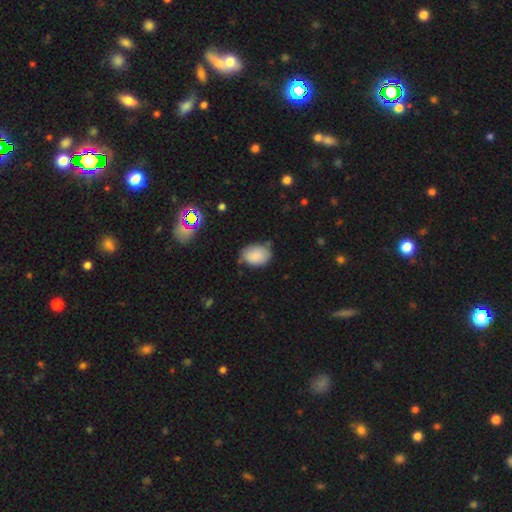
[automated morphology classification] This is clearly a smooth galaxy (85%). How rounded: likely in between (76%). Merging: likely none (66%).